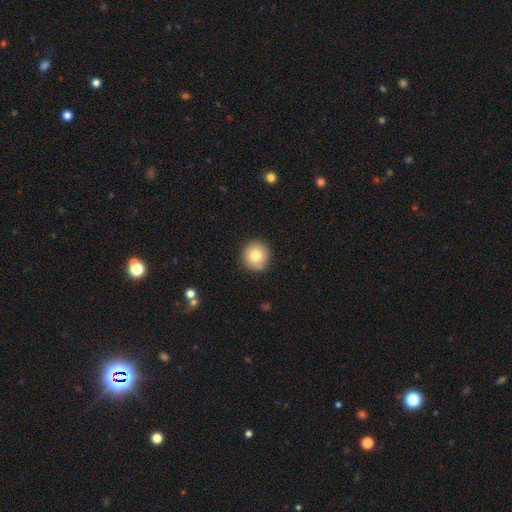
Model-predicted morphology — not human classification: smooth 79%, featured or disk 12%, star or artifact 10%. Down the decision tree: how rounded — round (94%); merging — none (90%).